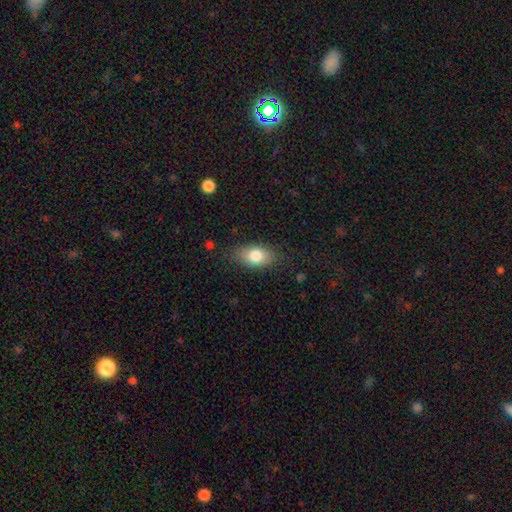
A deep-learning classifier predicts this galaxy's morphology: smooth 79%, featured or disk 13%, star or artifact 8%. Down the decision tree: how rounded — in between (85%); merging — none (80%).